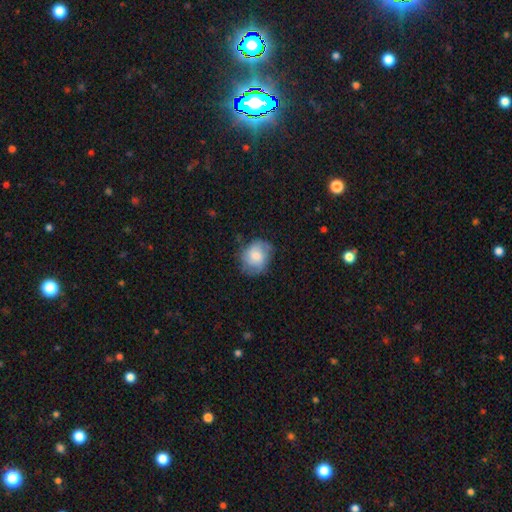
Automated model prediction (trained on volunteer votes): Smooth or featured? smooth (64%)
How rounded? round (65%)
Merging? none (64%)